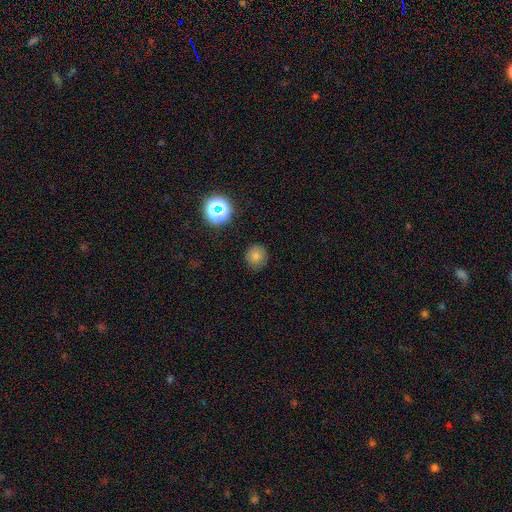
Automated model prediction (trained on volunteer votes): This is likely a smooth galaxy (74%). How rounded: clearly round (85%). Merging: clearly none (85%).